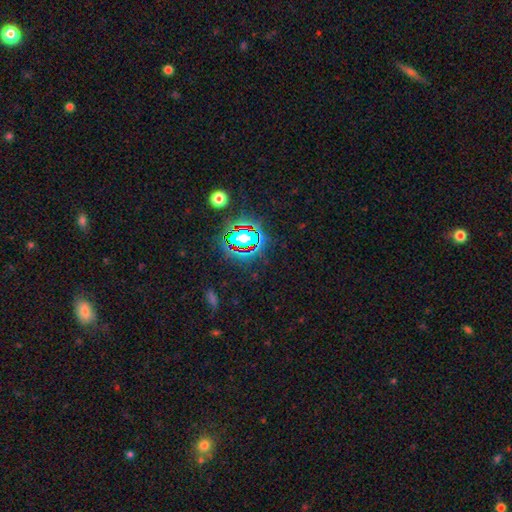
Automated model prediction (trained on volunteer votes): star or artifact 78%, smooth 14%, featured or disk 8%.